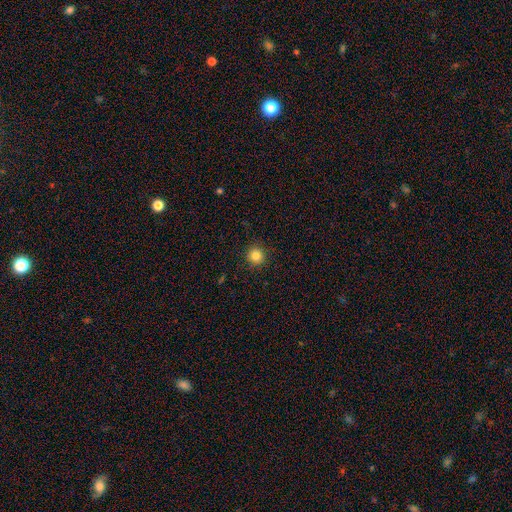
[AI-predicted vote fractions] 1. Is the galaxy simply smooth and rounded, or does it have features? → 84% smooth, 11% star or artifact, 5% featured or disk.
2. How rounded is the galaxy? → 94% round, 5% in between, 1% cigar-shaped.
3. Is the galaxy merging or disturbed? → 92% none, 5% minor disturbance, 2% major disturbance, 1% merger.